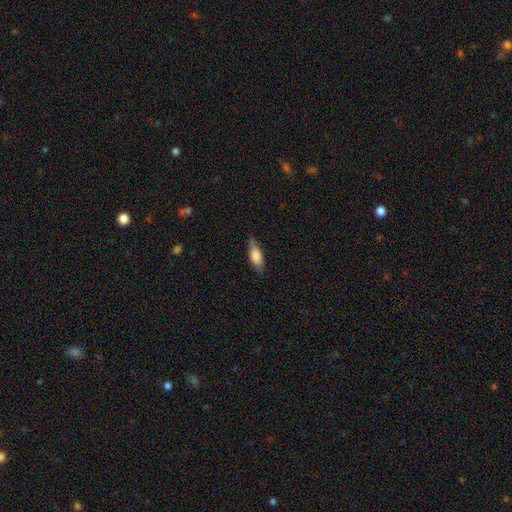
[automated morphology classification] type=smooth (75%); roundness=in between (72%); merging=none (74%).